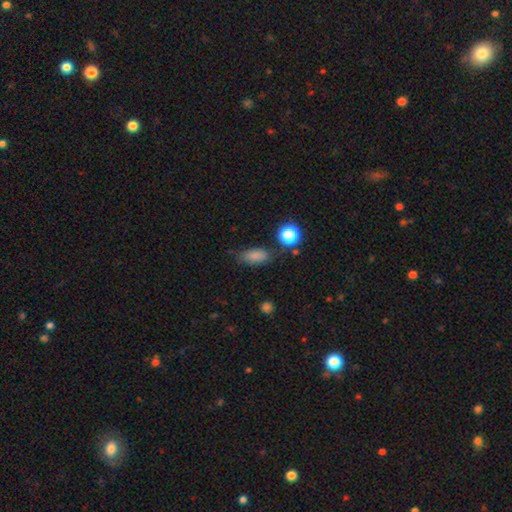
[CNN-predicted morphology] Q: Smooth or featured?
A: smooth (81%); runner-up: star or artifact (12%)
Q: How rounded?
A: in between (82%); runner-up: cigar-shaped (11%)
Q: Merging?
A: none (71%); runner-up: minor disturbance (19%)